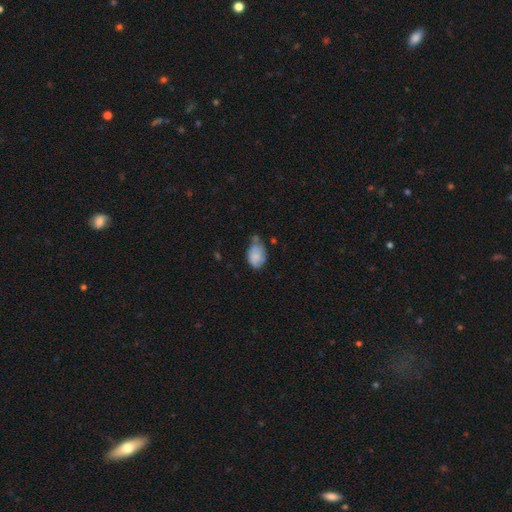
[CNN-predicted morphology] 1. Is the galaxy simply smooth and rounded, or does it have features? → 80% smooth, 12% featured or disk, 8% star or artifact.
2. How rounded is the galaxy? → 79% in between, 20% round, 1% cigar-shaped.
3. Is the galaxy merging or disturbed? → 43% minor disturbance, 35% none, 12% major disturbance, 10% merger.